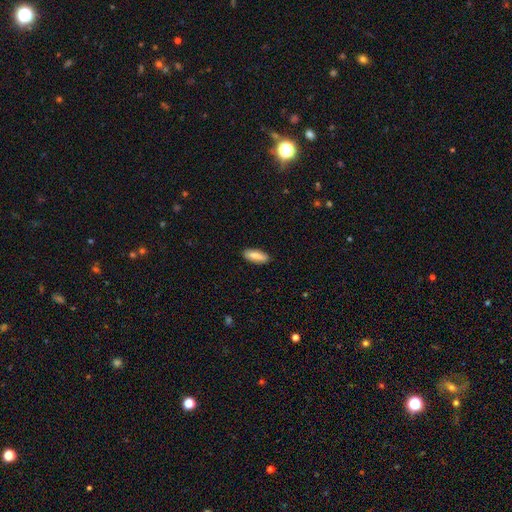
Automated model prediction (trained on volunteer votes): Morphology: type=smooth (80%); roundness=in between (66%); merging=none (88%).